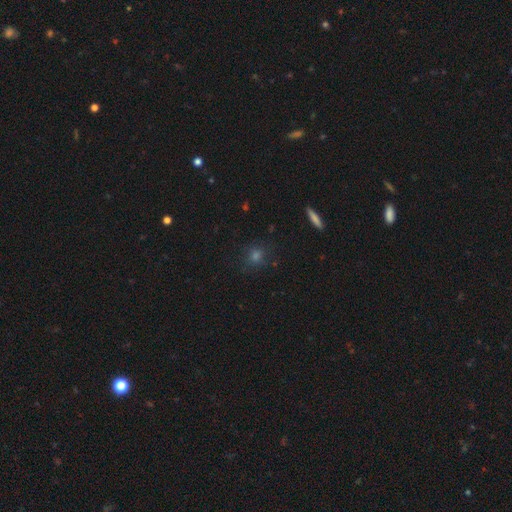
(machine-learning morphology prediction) type=smooth (65%); roundness=round (82%); merging=none (83%).